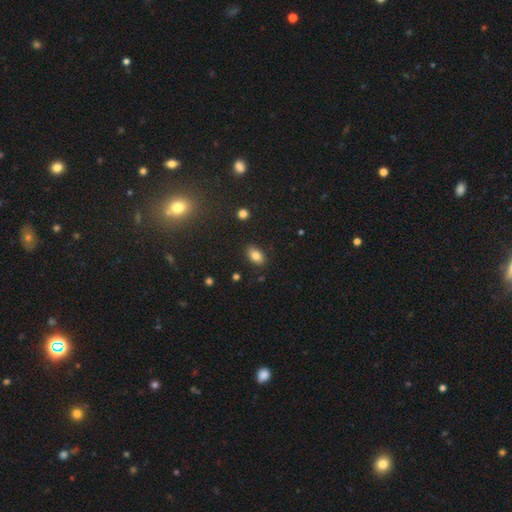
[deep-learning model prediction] This is clearly a smooth galaxy (81%). How rounded: clearly in between (89%). Merging: clearly none (86%).